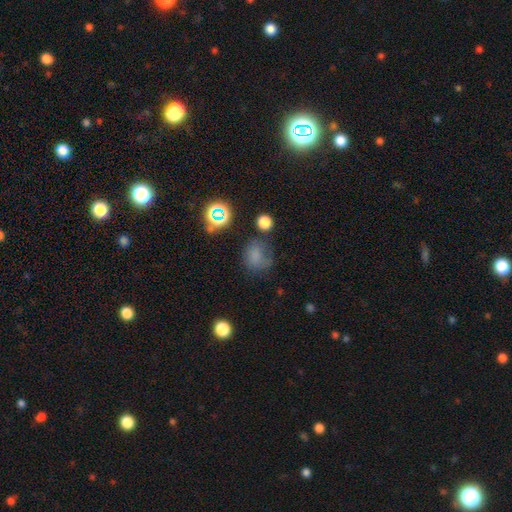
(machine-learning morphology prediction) Smooth or featured?
  - smooth: 67% *
  - star or artifact: 21%
  - featured or disk: 13%
How rounded?
  - round: 65% *
  - in between: 34%
  - cigar-shaped: 1%
Merging?
  - none: 52% *
  - minor disturbance: 25%
  - major disturbance: 17%
  - merger: 6%